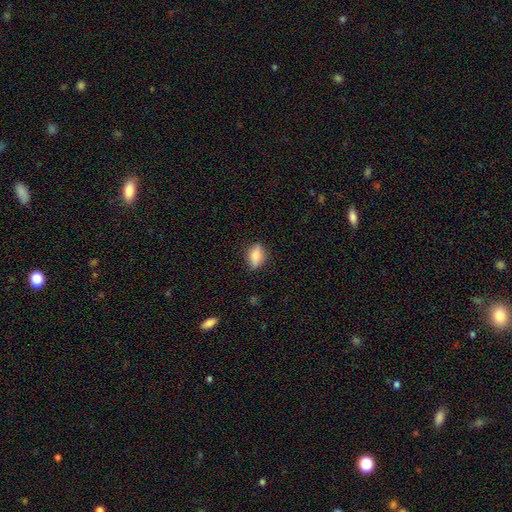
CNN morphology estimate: This is likely a smooth galaxy (79%). How rounded: clearly in between (81%). Merging: likely none (77%).